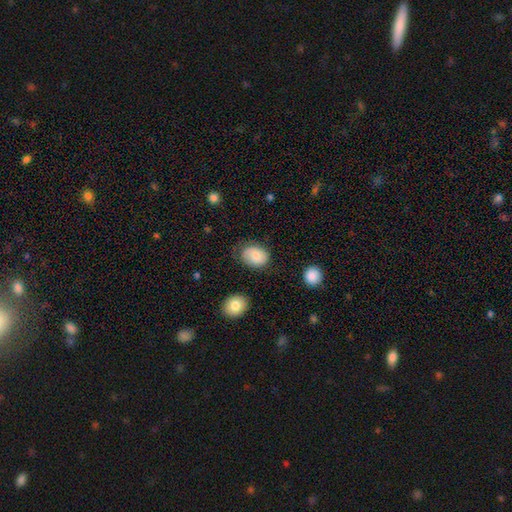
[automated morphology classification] Overall: smooth (81%). How rounded: in between (65%; round 34%). Merging: none (68%).